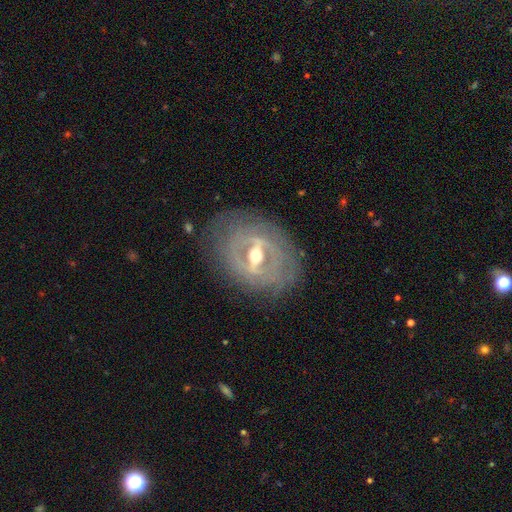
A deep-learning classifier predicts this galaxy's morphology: smooth-or-featured: featured or disk: 86% | smooth: 9% | star or artifact: 5%
  disk-edge-on: no: 87% | yes: 13%
    bar: strong: 69% | weak: 23% | no: 8%
    has-spiral-arms: yes: 60% | no: 40%
    bulge-size: moderate: 74% | small: 16% | large: 8% | dominant: 1% | none: 1%
  merging: none: 75% | minor disturbance: 15% | major disturbance: 8% | merger: 1%